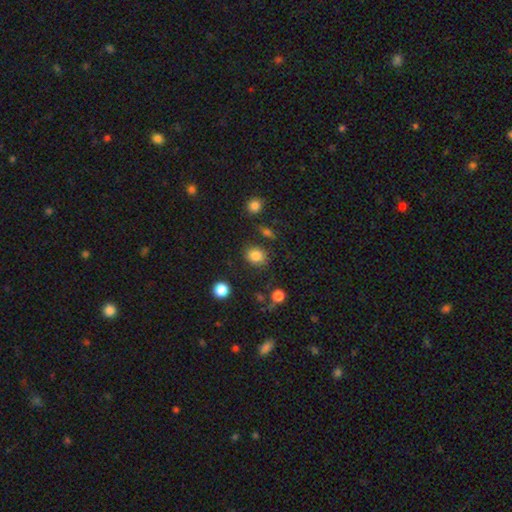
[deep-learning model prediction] Smooth or featured?
  - smooth: 84% *
  - star or artifact: 11%
  - featured or disk: 6%
How rounded?
  - round: 53% *
  - in between: 46%
  - cigar-shaped: 1%
Merging?
  - none: 79% *
  - minor disturbance: 13%
  - major disturbance: 4%
  - merger: 4%